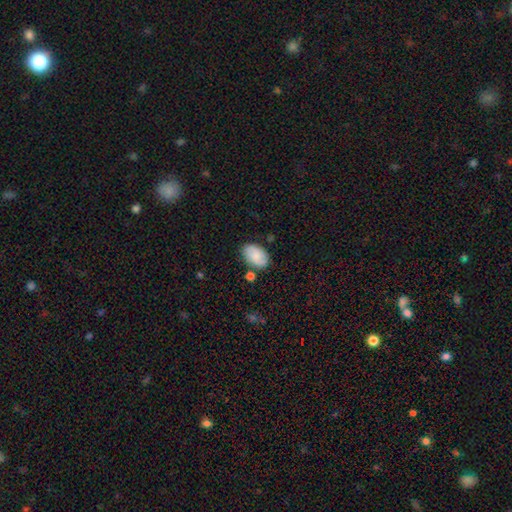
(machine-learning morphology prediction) Overall: smooth (76%). How rounded: in between (89%). Merging: none (74%).